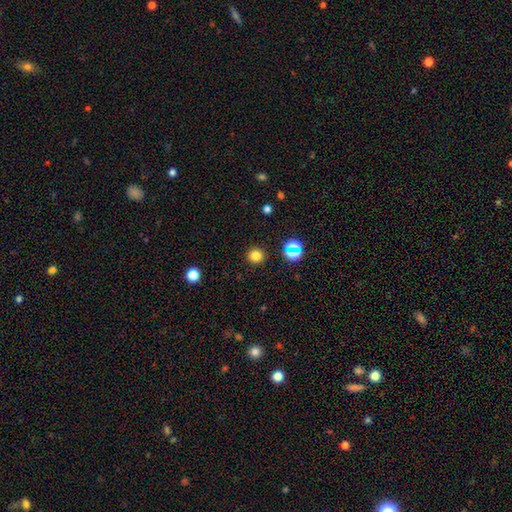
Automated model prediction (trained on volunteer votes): Overall: smooth (77%). How rounded: round (92%). Merging: none (91%).